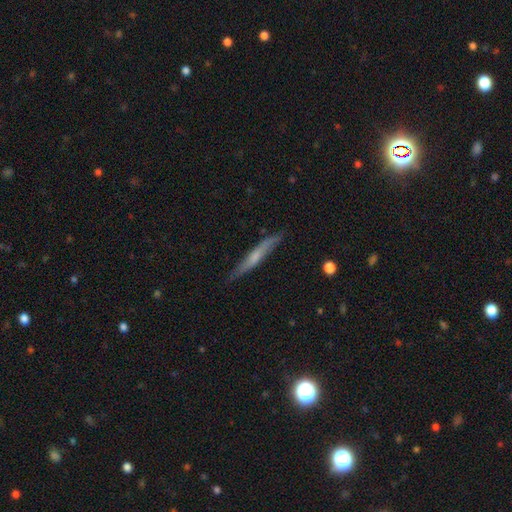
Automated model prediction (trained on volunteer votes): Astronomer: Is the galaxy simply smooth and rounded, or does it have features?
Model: featured or disk — 48% (runner-up: smooth, 47%).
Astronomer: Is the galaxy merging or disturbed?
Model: none — 82%.